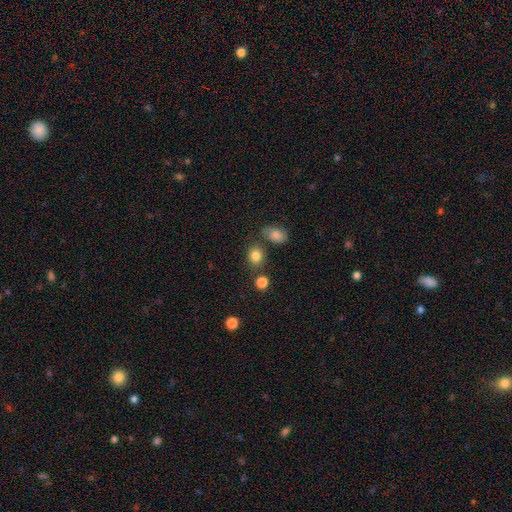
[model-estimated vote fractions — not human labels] This appears to be a smooth galaxy with no disk features (83%) that is round (63%). Merging: none (74%).